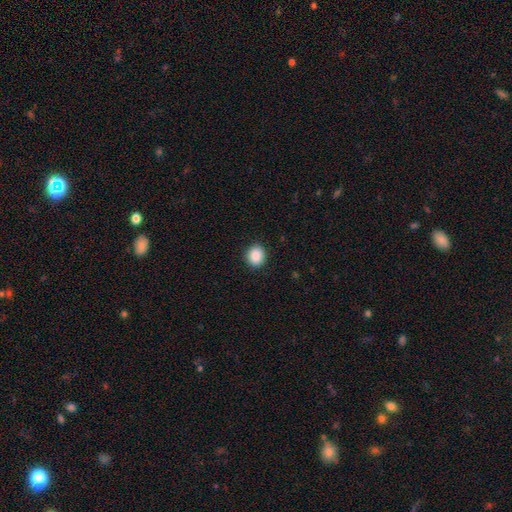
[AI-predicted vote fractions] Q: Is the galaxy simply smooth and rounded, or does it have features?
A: smooth — 88%.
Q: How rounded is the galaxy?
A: round — 72%.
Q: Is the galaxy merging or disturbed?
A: none — 90%.